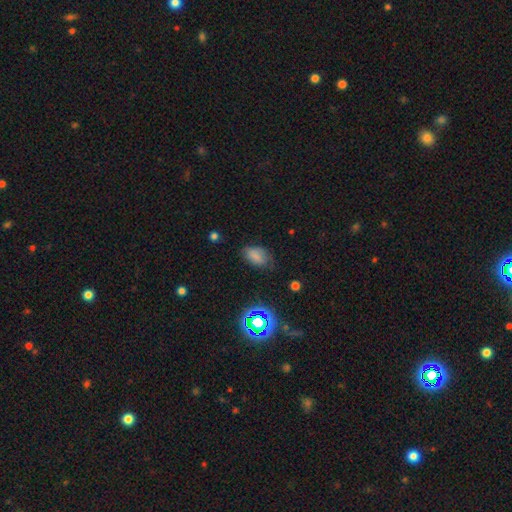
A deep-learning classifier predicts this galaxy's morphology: This appears to be a smooth galaxy with no disk features (72%) that is in between round and cigar-shaped (88%). Merging: none (59%).